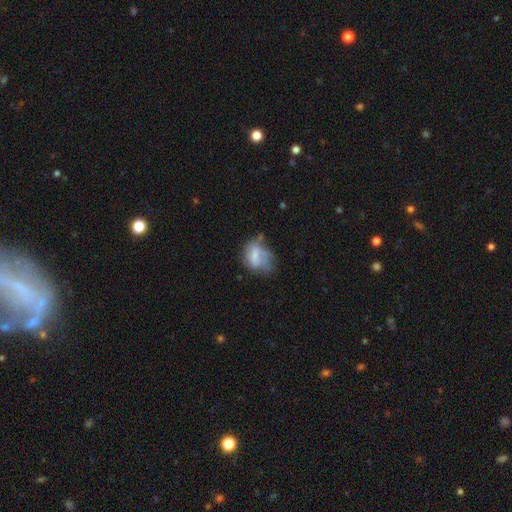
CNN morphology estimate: smooth 57%, featured or disk 33%, star or artifact 10%. Down the decision tree: how rounded — in between (66%); merging — minor disturbance (33%).